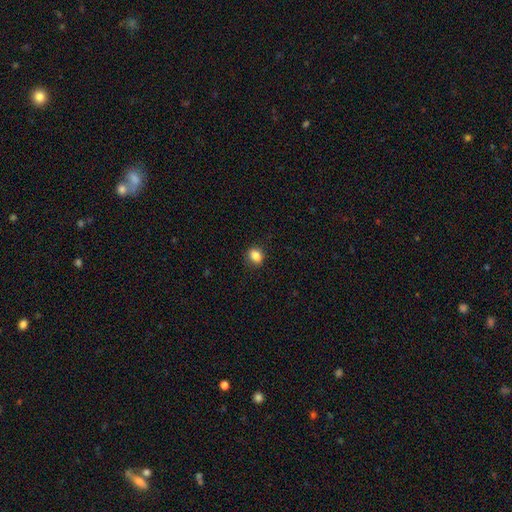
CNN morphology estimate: Smooth or featured? smooth (85%)
How rounded? round (51%)
Merging? none (87%)